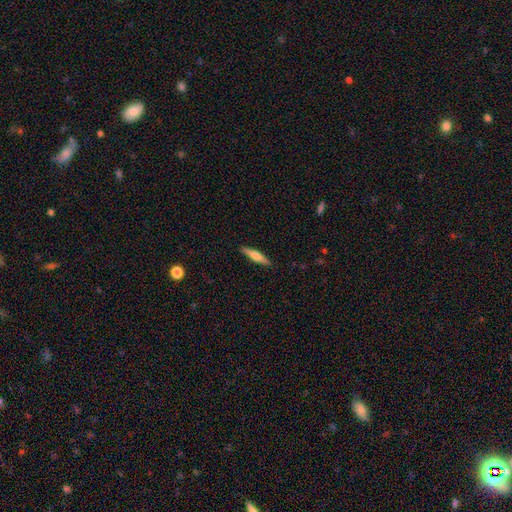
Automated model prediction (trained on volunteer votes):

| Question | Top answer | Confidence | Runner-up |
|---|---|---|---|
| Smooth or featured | featured or disk | 47% | tied: smooth (47%) |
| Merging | none | 90% | minor disturbance (7%) |